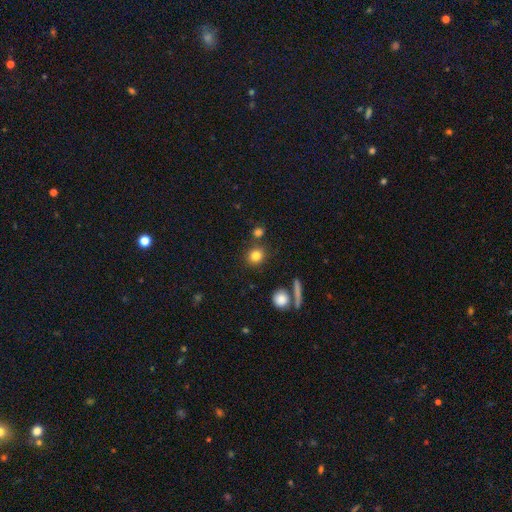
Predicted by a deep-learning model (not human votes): Smooth or featured? Predicted: smooth (p=0.81). How rounded? Predicted: round (p=0.84). Merging? Predicted: none (p=0.82).